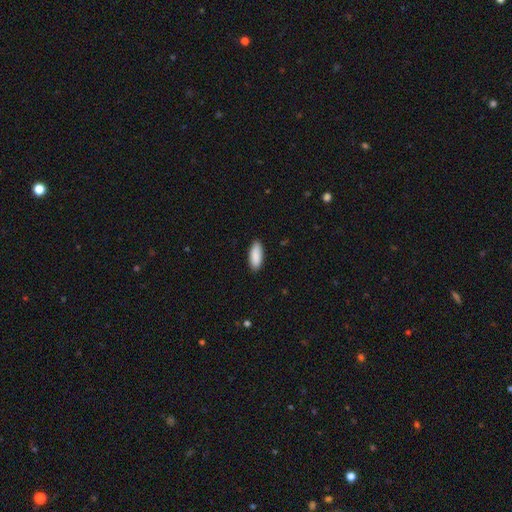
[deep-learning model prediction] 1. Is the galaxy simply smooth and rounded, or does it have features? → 91% smooth, 5% star or artifact, 4% featured or disk.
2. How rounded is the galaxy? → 78% in between, 20% cigar-shaped, 2% round.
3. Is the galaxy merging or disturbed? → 89% none, 8% minor disturbance, 2% major disturbance, 1% merger.